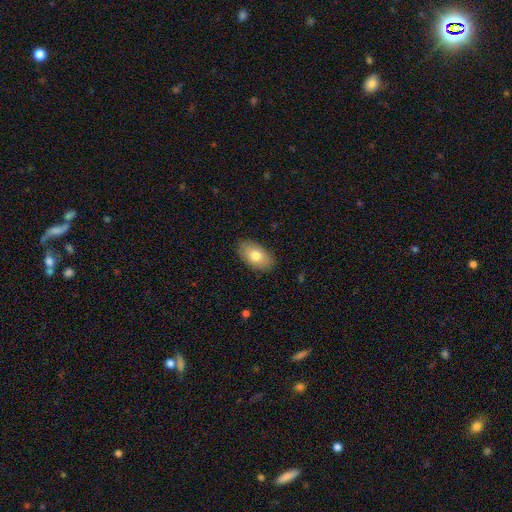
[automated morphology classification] smooth_or_featured: smooth (p=0.77) [alt: featured or disk p=0.16]
how_rounded: in between (p=0.93) [alt: round p=0.05]
merging: none (p=0.87) [alt: minor disturbance p=0.10]